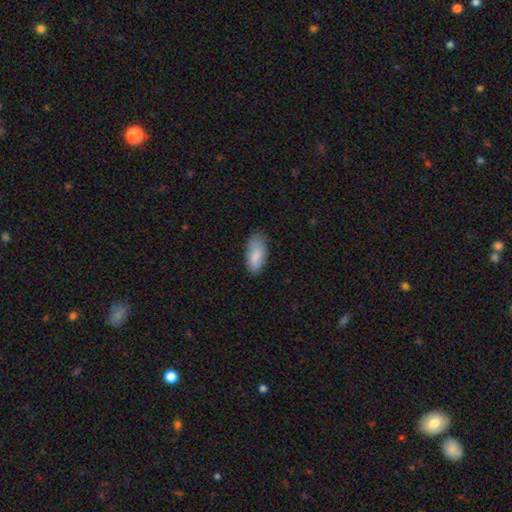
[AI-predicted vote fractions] The model was most divided on "merging": none: 74%, minor disturbance: 21%, major disturbance: 4%, merger: 1%. More confident: how rounded — in between (89%); smooth or featured — smooth (85%).